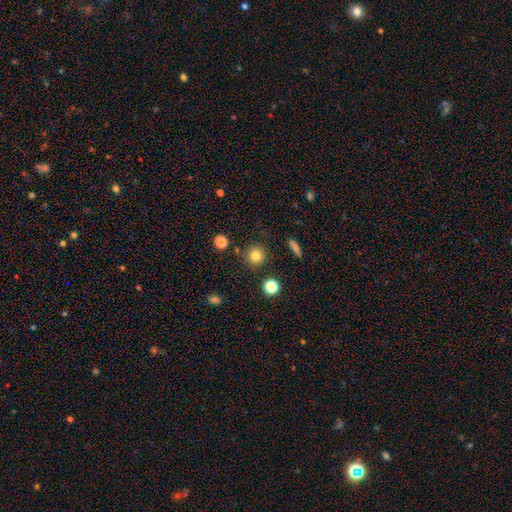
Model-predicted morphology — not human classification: Smooth or featured: smooth — 81% (star or artifact — 12%)
How rounded: round — 94% (in between — 5%)
Merging: none — 87% (minor disturbance — 7%)